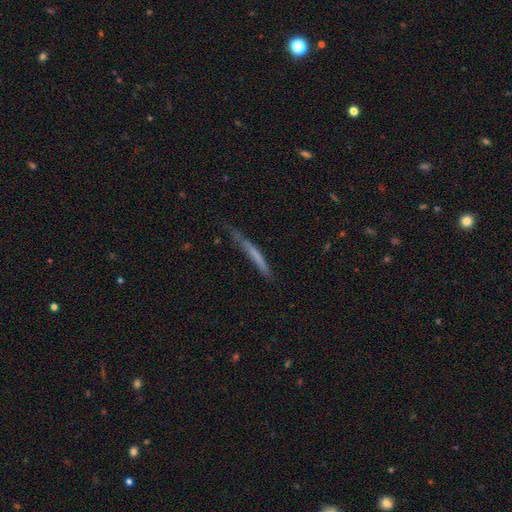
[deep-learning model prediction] Smooth or featured: smooth — 59% (featured or disk — 33%)
How rounded: cigar-shaped — 96% (in between — 3%)
Merging: none — 59% (minor disturbance — 28%)